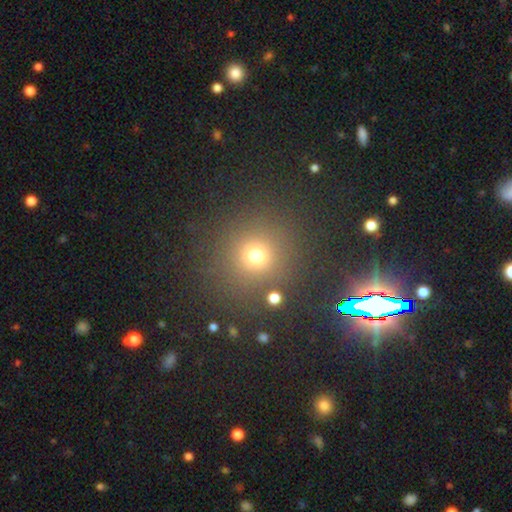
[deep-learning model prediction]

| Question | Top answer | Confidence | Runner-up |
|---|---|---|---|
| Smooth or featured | smooth | 68% | star or artifact (24%) |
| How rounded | round | 92% | in between (7%) |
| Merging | none | 84% | minor disturbance (8%) |